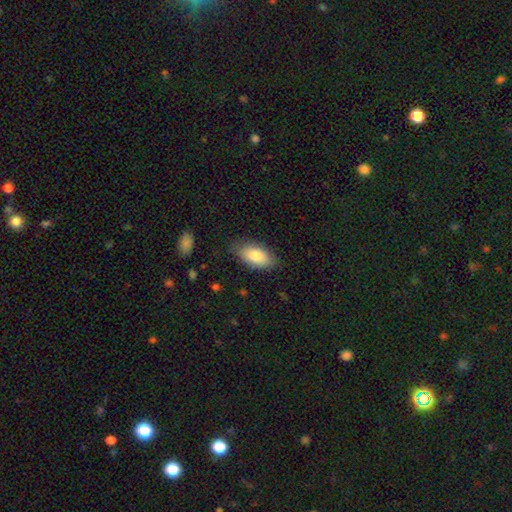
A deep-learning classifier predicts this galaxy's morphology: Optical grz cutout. It shows a smooth galaxy with no disk features (82%) that is in between round and cigar-shaped (93%). Merging: none (80%).